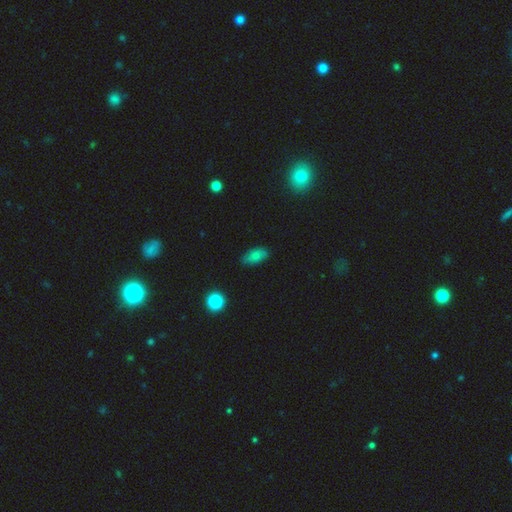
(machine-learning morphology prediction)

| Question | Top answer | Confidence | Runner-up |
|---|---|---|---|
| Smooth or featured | smooth | 78% | featured or disk (11%) |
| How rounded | in between | 90% | round (5%) |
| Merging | none | 79% | minor disturbance (17%) |